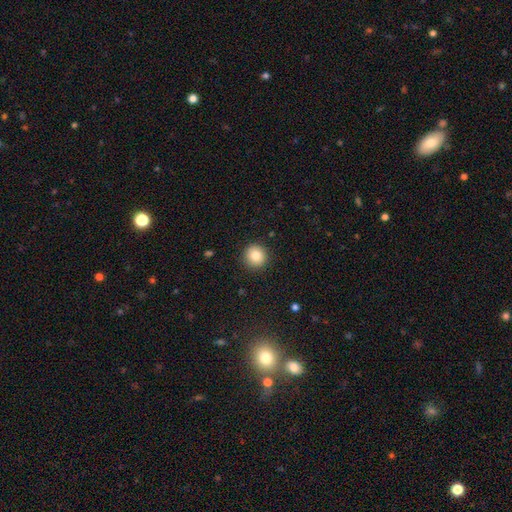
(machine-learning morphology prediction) This appears to be a smooth galaxy with no disk features (83%) that is round (94%). Merging: none (91%).